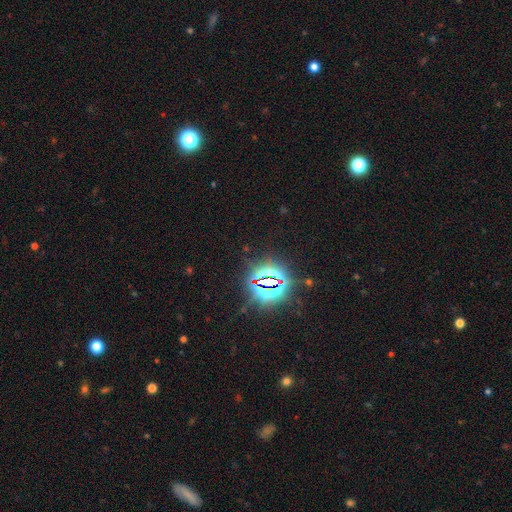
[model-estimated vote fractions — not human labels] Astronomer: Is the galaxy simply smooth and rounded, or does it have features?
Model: star or artifact — 83%.